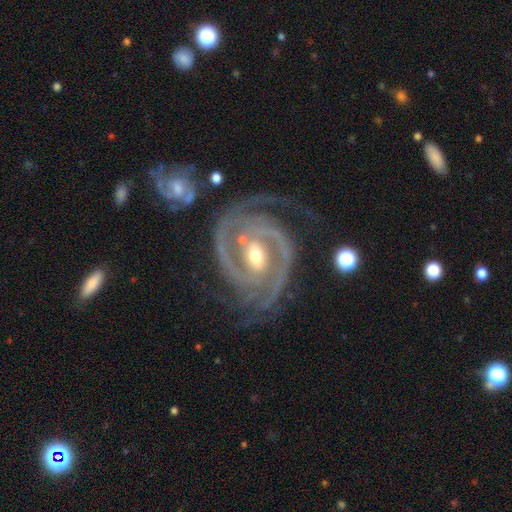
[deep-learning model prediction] A featured or disk galaxy (94%) with a weak bar (43%), 2 (71%) tight (54%) spiral arms (98%) and a moderate central bulge (64%).

Vote fractions:
- Smooth or featured? featured or disk: 94% / star or artifact: 4% / smooth: 3%
- Edge-on disk? no: 98% / yes: 2%
- Bar? weak: 43% / no: 30% / strong: 27%
- Spiral arms? yes: 98% / no: 2%
- Spiral winding? tight: 54% / medium: 39% / loose: 7%
- Spiral arm count? 2: 71% / 3: 12% / can't tell: 6% / 4: 4% / 1: 4% / more than 4: 4%
- Bulge size? moderate: 64% / small: 30% / large: 4% / none: 1% / dominant: 1%
- Merging? none: 68% / minor disturbance: 18% / major disturbance: 10% / merger: 3%